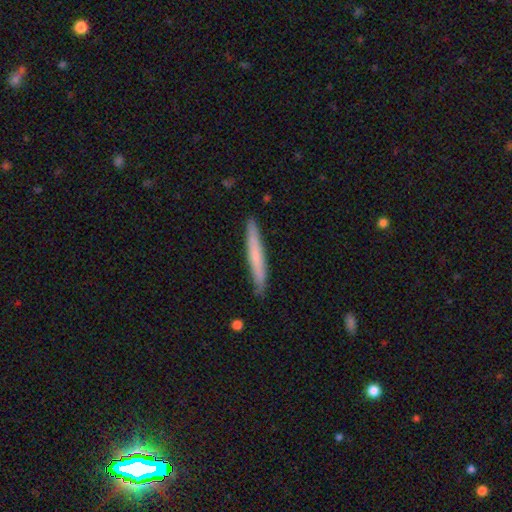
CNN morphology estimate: This is likely a smooth galaxy (64%). How rounded: clearly cigar-shaped (96%). Merging: clearly none (90%).